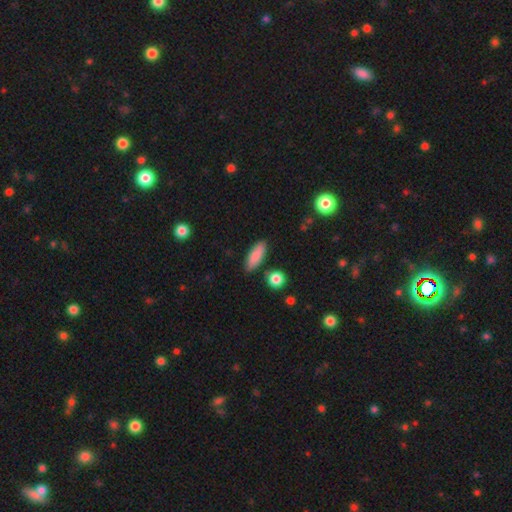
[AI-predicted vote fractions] Smooth or featured: smooth — 87% (star or artifact — 7%)
How rounded: in between — 64% (cigar-shaped — 34%)
Merging: none — 84% (minor disturbance — 10%)